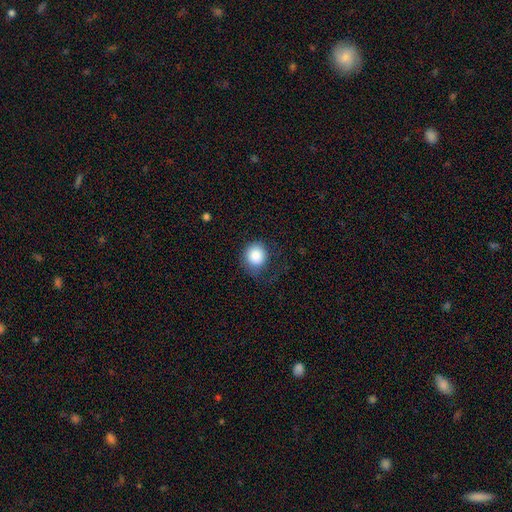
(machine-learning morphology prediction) A smooth galaxy with no disk features (86%) that is round (83%). Merging: none (63%).